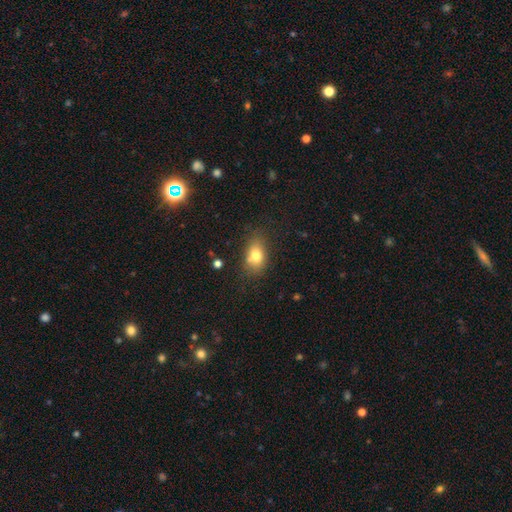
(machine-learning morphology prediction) A smooth galaxy with no disk features (77%) that is in between round and cigar-shaped (78%).

Vote fractions:
- Smooth or featured? smooth: 77% / featured or disk: 13% / star or artifact: 11%
- How rounded? in between: 78% / round: 20% / cigar-shaped: 2%
- Merging? none: 70% / minor disturbance: 18% / merger: 6% / major disturbance: 6%